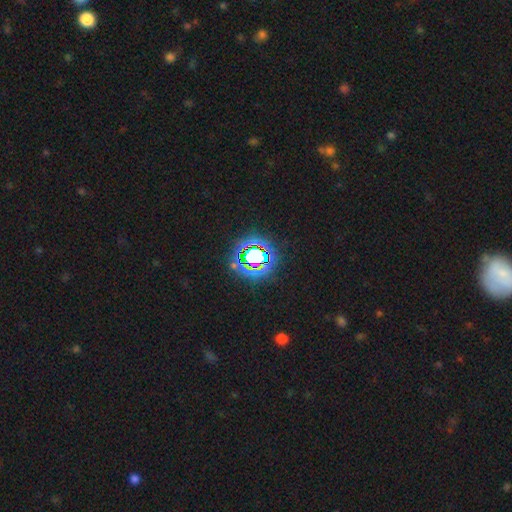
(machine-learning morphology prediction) A star or artifact, not a galaxy (68%).